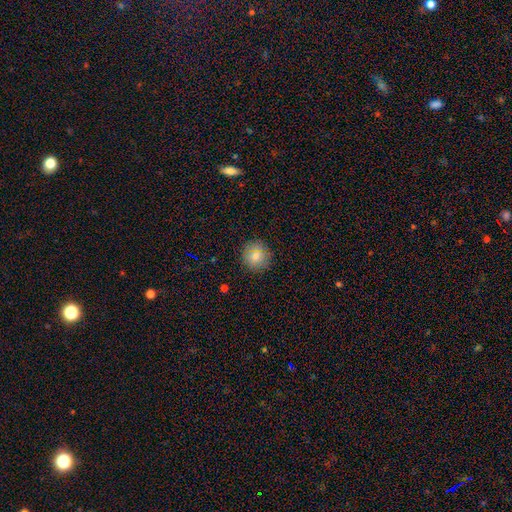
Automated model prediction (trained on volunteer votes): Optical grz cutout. It shows a smooth galaxy with no disk features (82%) that is round (91%). Merging: none (89%).